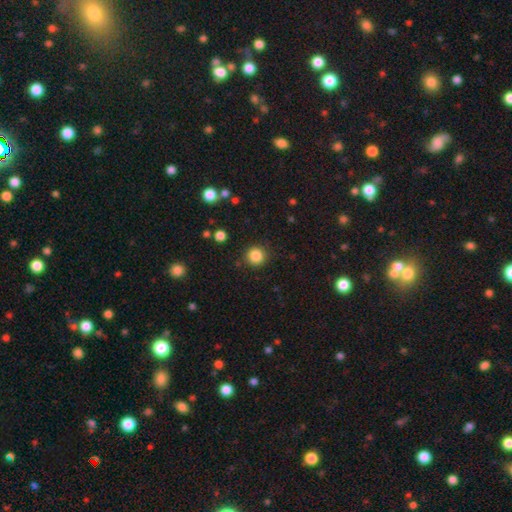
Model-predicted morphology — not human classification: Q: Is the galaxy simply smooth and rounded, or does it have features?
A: smooth — 85%.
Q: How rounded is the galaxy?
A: round — 94%.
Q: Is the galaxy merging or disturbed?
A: none — 89%.